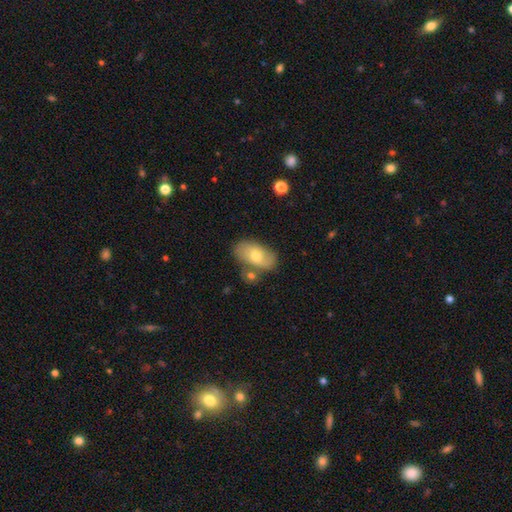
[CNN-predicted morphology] A smooth galaxy with no disk features (64%) that is in between round and cigar-shaped (92%).

Vote fractions:
- Smooth or featured? smooth: 64% / featured or disk: 30% / star or artifact: 7%
- How rounded? in between: 92% / round: 6% / cigar-shaped: 2%
- Merging? none: 65% / minor disturbance: 16% / merger: 15% / major disturbance: 4%